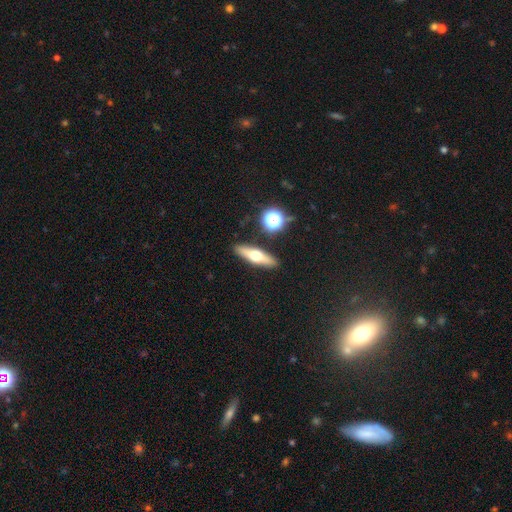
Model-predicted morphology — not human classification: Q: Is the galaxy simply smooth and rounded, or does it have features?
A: featured or disk — 49%.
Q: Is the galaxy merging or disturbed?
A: none — 88%.